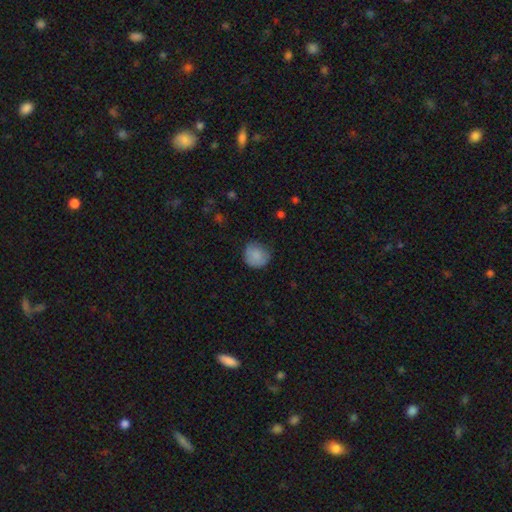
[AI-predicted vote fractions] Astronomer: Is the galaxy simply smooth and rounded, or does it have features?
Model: smooth — 84%.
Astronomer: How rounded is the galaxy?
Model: round — 84%.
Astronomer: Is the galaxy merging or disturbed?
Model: none — 69%.